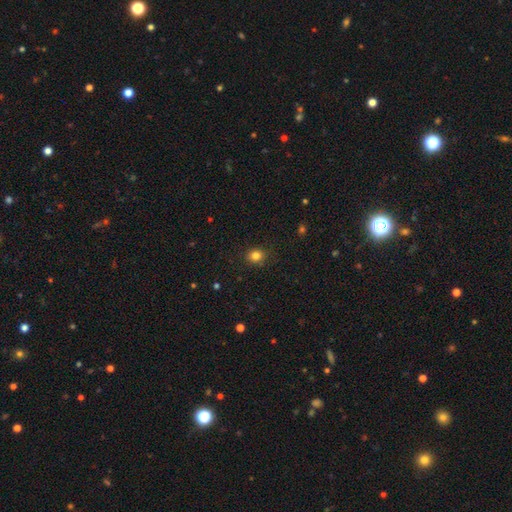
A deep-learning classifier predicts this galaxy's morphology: This is clearly a smooth galaxy (83%). How rounded: likely round (75%). Merging: clearly none (88%).